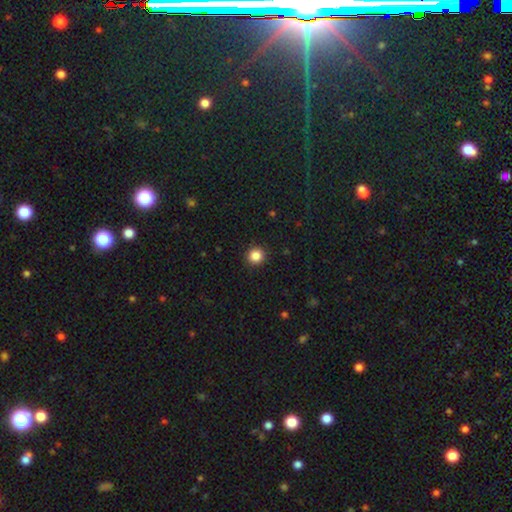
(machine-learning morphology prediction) Smooth or featured: smooth — 85% (star or artifact — 11%)
How rounded: round — 94% (in between — 5%)
Merging: none — 92% (minor disturbance — 5%)